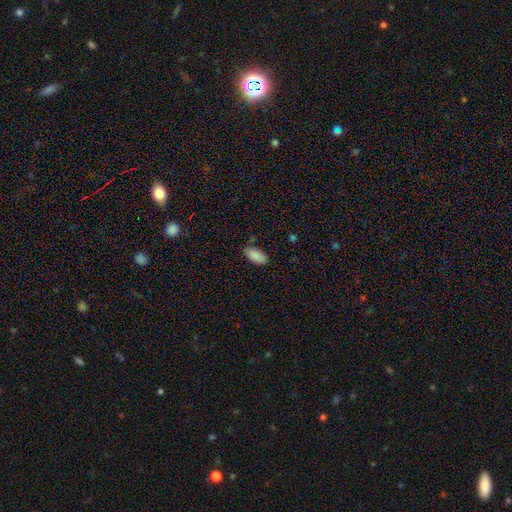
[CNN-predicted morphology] smooth-or-featured: smooth: 89% | star or artifact: 7% | featured or disk: 4%
  how-rounded: in between: 93% | cigar-shaped: 4% | round: 3%
  merging: none: 78% | minor disturbance: 17% | major disturbance: 3% | merger: 2%